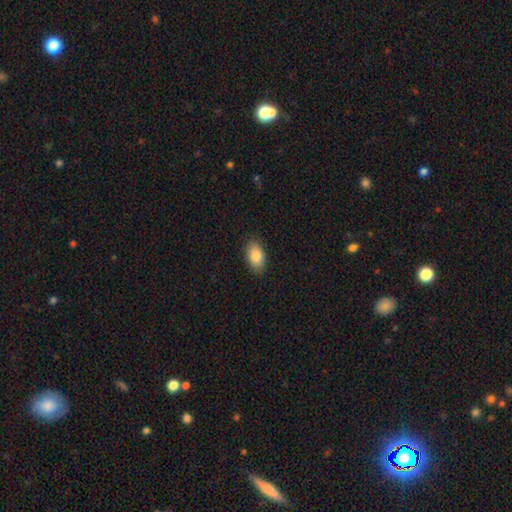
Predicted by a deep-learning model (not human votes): Smooth or featured?
  - smooth: 86% *
  - featured or disk: 7%
  - star or artifact: 7%
How rounded?
  - in between: 92% *
  - round: 6%
  - cigar-shaped: 2%
Merging?
  - none: 87% *
  - minor disturbance: 10%
  - major disturbance: 2%
  - merger: 1%